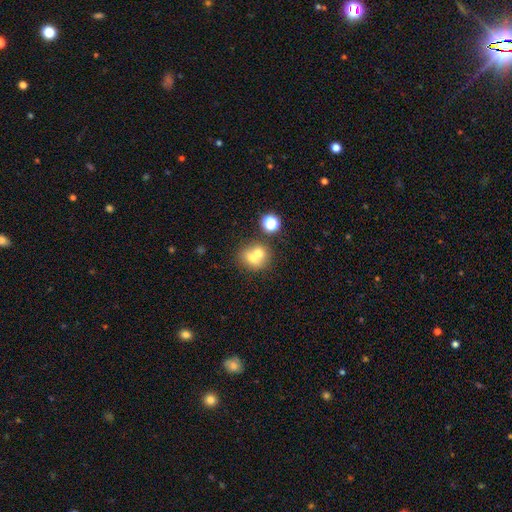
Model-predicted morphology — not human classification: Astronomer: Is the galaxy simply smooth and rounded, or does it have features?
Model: smooth — 65%.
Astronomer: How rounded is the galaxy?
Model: round — 75%.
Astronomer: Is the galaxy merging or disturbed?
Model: merger — 58% (runner-up: none, 33%).